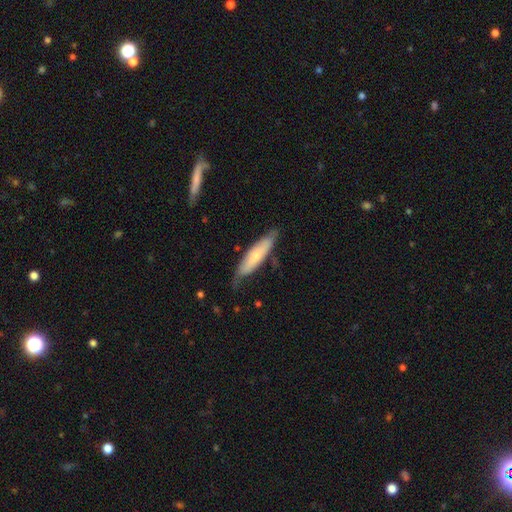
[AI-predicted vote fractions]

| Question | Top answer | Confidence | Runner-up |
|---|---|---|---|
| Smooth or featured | smooth | 57% | featured or disk (37%) |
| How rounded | cigar-shaped | 70% | in between (28%) |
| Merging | none | 68% | minor disturbance (25%) |